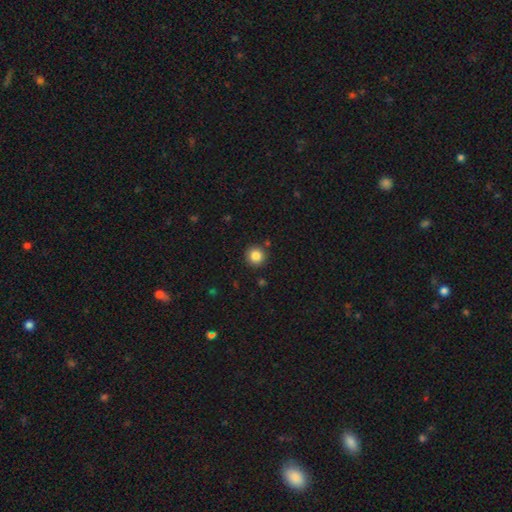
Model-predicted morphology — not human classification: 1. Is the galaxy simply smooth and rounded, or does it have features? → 84% smooth, 11% star or artifact, 5% featured or disk.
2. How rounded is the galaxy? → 94% round, 5% in between, 1% cigar-shaped.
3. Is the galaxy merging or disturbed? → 90% none, 6% minor disturbance, 3% merger, 2% major disturbance.